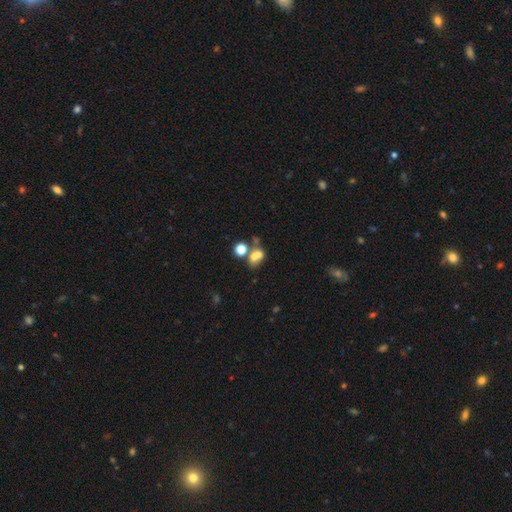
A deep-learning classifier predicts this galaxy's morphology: type=smooth (64%); roundness=in between (50%); merging=merger (54%).